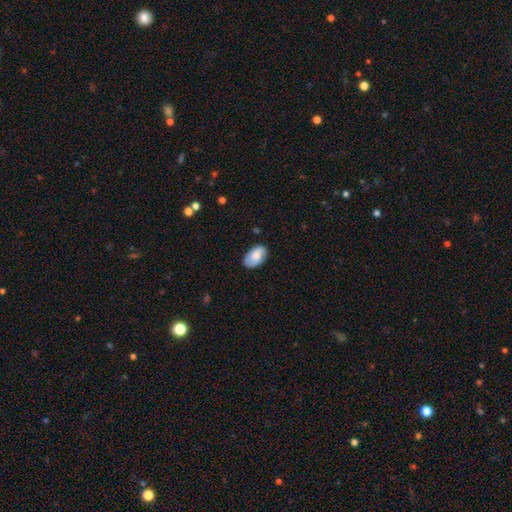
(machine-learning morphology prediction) Q: Smooth or featured?
A: smooth (79%); runner-up: featured or disk (15%)
Q: How rounded?
A: in between (94%); runner-up: round (5%)
Q: Merging?
A: none (81%); runner-up: minor disturbance (15%)